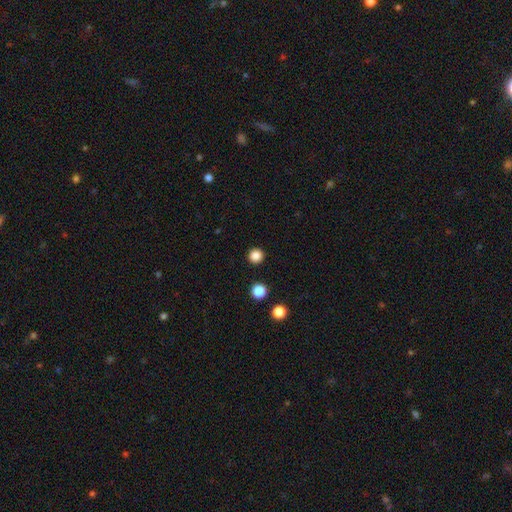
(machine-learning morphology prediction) smooth-or-featured: smooth: 85% | star or artifact: 12% | featured or disk: 3%
  how-rounded: round: 96% | in between: 3% | cigar-shaped: 1%
  merging: none: 93% | minor disturbance: 4% | major disturbance: 2% | merger: 1%